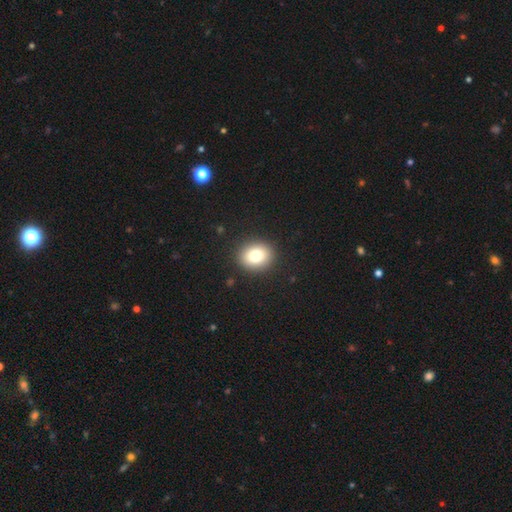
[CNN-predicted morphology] Q: Smooth or featured?
A: smooth (80%); runner-up: star or artifact (10%)
Q: How rounded?
A: round (66%); runner-up: in between (34%)
Q: Merging?
A: none (91%); runner-up: minor disturbance (6%)